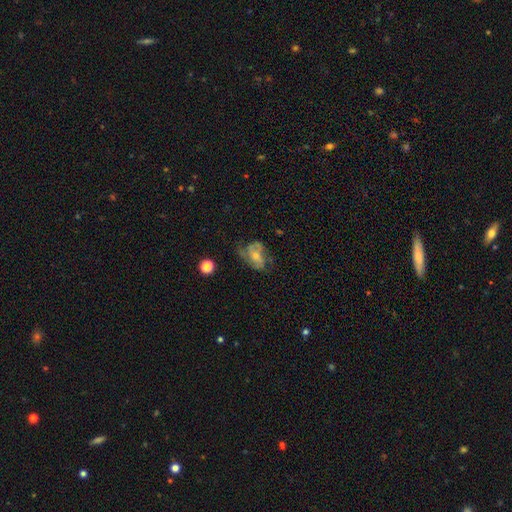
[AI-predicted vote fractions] featured or disk 73%, smooth 16%, star or artifact 11%. Down the decision tree: edge-on disk — no (97%); bar — no (58%); spiral arms — yes (87%); spiral arm count — 2 (41%); spiral winding — medium (47%); bulge size — moderate (50%); merging — none (57%).